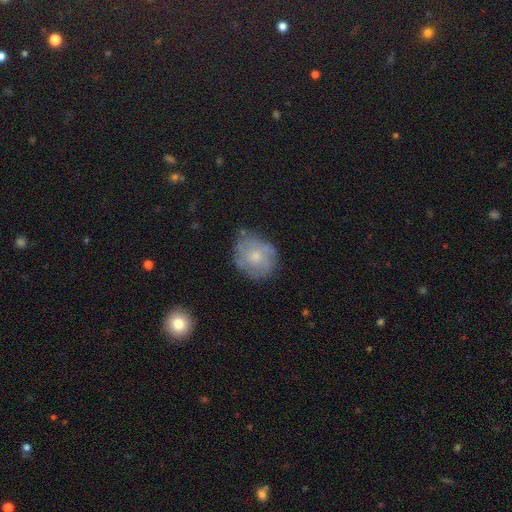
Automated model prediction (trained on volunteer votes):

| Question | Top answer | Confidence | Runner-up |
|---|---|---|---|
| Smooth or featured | smooth | 51% | featured or disk (41%) |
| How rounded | round | 68% | in between (31%) |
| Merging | none | 67% | minor disturbance (23%) |